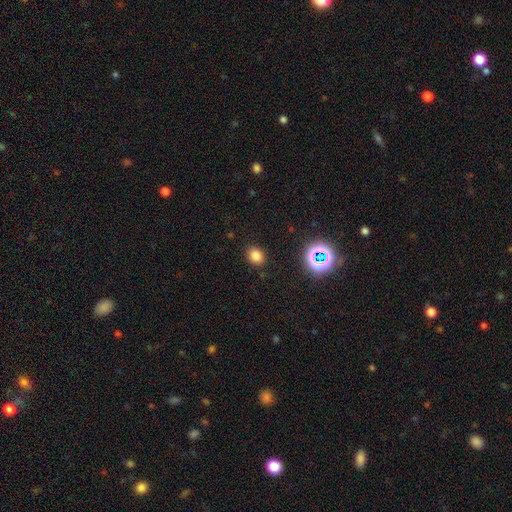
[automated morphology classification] smooth-or-featured: smooth: 78% | star or artifact: 16% | featured or disk: 5%
  how-rounded: round: 50% | in between: 49% | cigar-shaped: 1%
  merging: none: 88% | minor disturbance: 8% | major disturbance: 3% | merger: 1%